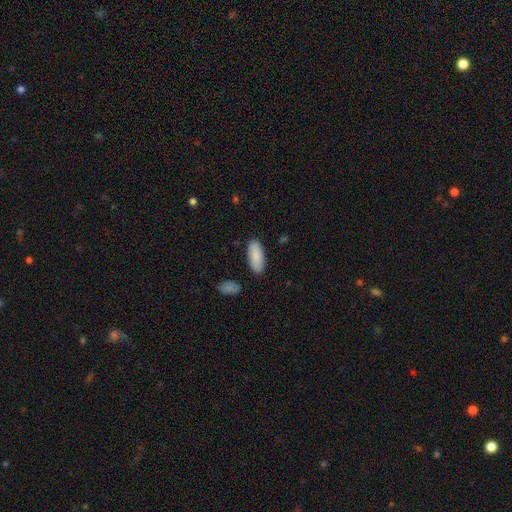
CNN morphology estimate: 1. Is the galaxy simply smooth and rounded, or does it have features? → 88% smooth, 6% featured or disk, 6% star or artifact.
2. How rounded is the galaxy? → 83% in between, 16% cigar-shaped, 2% round.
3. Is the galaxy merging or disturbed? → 85% none, 10% minor disturbance, 3% merger, 2% major disturbance.